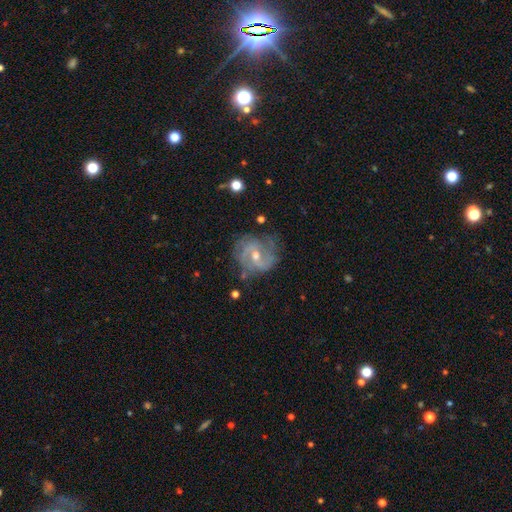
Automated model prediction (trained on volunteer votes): Smooth or featured: featured or disk — 84% (smooth — 8%)
Edge-on disk: no — 97% (yes — 3%)
Bar: weak — 51% (no — 32%)
Spiral arms: yes — 94% (no — 6%)
Spiral winding: medium — 44% (tight — 40%)
Spiral arm count: 2 — 51% (can't tell — 21%)
Bulge size: moderate — 58% (small — 38%)
Merging: none — 68% (minor disturbance — 21%)